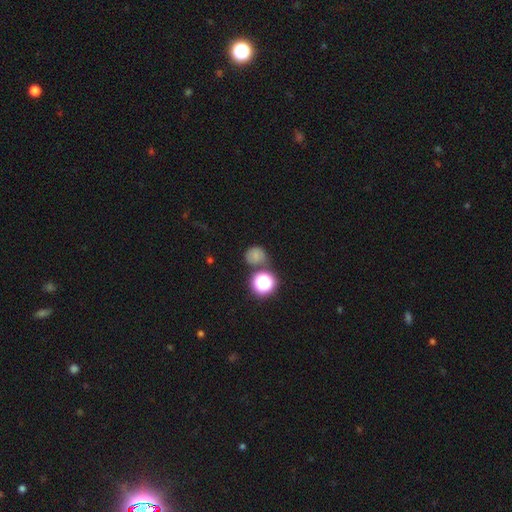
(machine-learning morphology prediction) This appears to be a smooth galaxy with no disk features (67%) that is round (82%). Merging: none (69%).